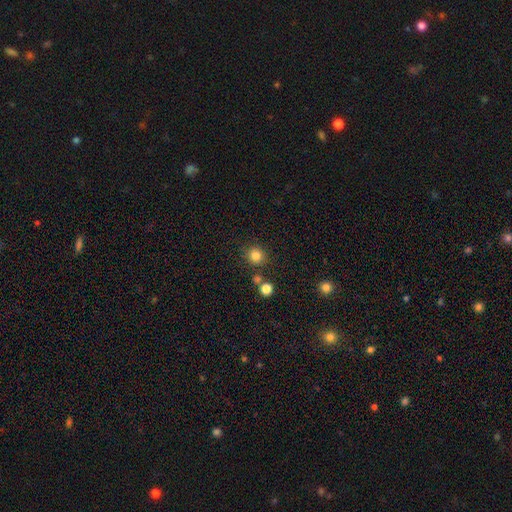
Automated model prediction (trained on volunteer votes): Overall: smooth (82%). How rounded: round (88%). Merging: none (82%).